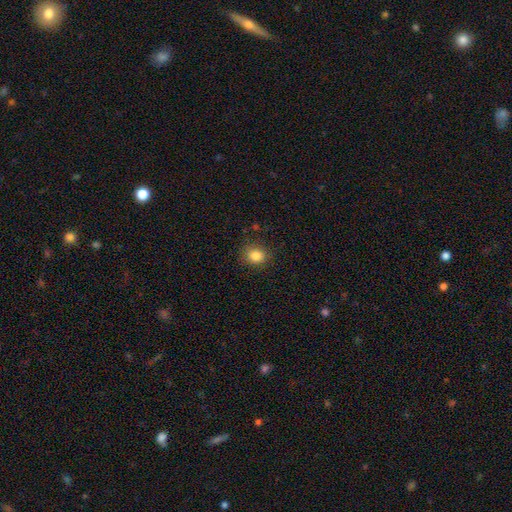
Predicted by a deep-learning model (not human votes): Q: Smooth or featured?
A: smooth (85%); runner-up: star or artifact (11%)
Q: How rounded?
A: round (69%); runner-up: in between (30%)
Q: Merging?
A: none (85%); runner-up: minor disturbance (11%)